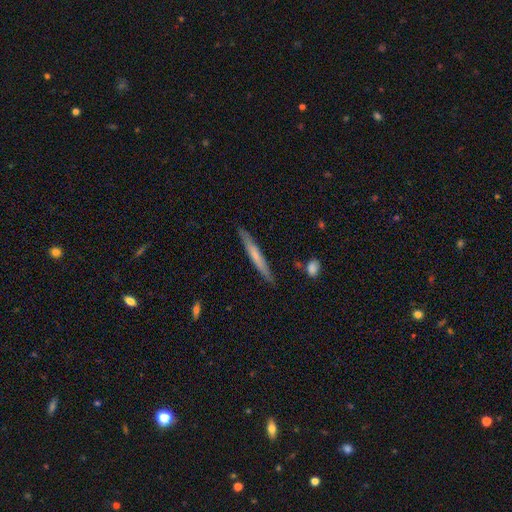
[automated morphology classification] smooth 52%, featured or disk 42%, star or artifact 6%. Down the decision tree: how rounded — cigar-shaped (96%); merging — none (88%).